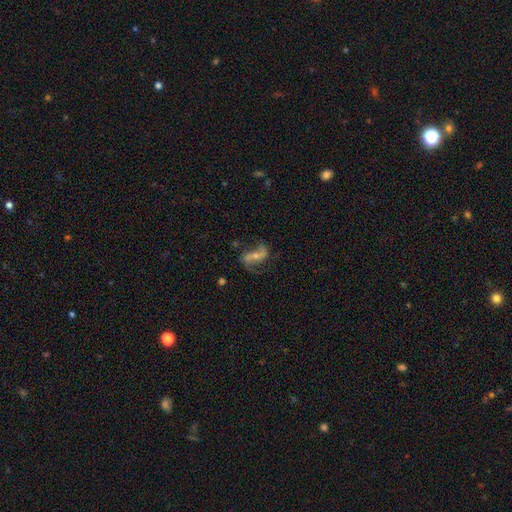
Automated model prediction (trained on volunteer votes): Morphology: type=featured or disk (78%); edge-on=no (96%); bar=weak (36%); spiral arms=yes (92%); winding=loose (61%); arm count=2 (90%); bulge=moderate (47%); merging=none (65%).